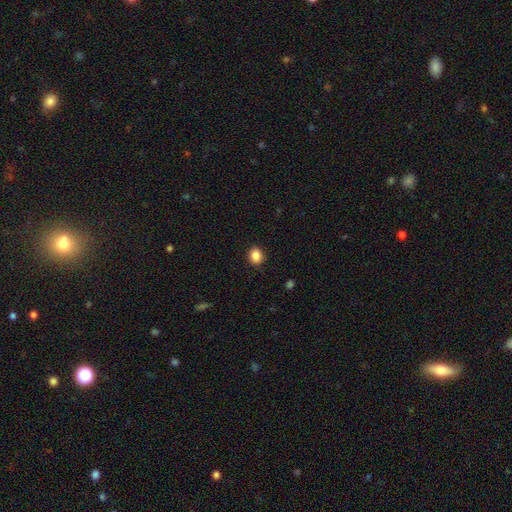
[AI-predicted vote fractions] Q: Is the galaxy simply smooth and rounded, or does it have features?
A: smooth — 87%.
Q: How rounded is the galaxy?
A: round — 61%.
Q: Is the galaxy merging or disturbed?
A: none — 89%.